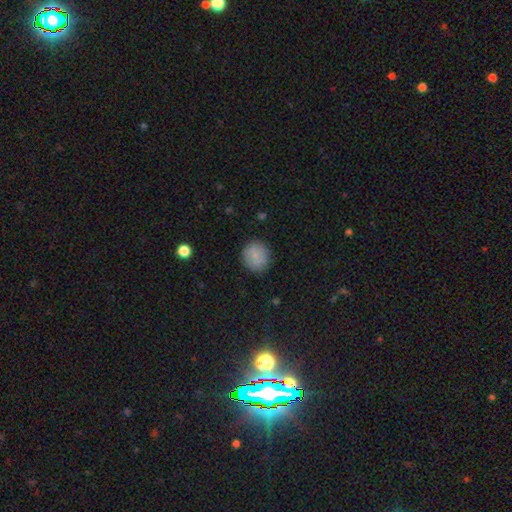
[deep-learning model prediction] Morphology: type=smooth (82%); roundness=round (82%); merging=none (86%).